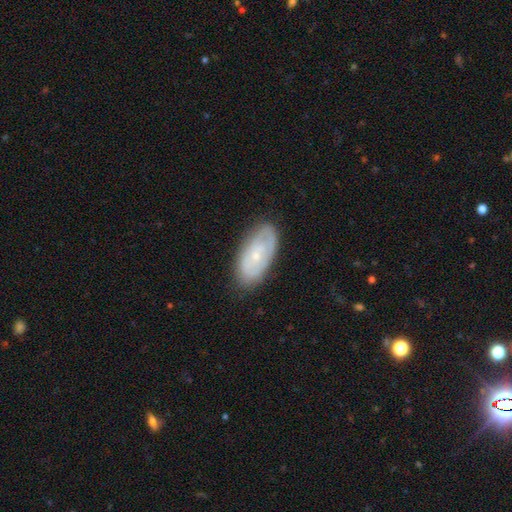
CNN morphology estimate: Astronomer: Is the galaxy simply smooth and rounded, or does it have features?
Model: featured or disk — 56% (runner-up: smooth, 37%).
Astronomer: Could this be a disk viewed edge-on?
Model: no — 91%.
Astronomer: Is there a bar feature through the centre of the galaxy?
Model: no — 76%.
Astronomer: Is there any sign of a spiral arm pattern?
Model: yes — 64%.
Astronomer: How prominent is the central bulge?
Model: small — 74%.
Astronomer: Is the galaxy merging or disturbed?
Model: none — 80%.